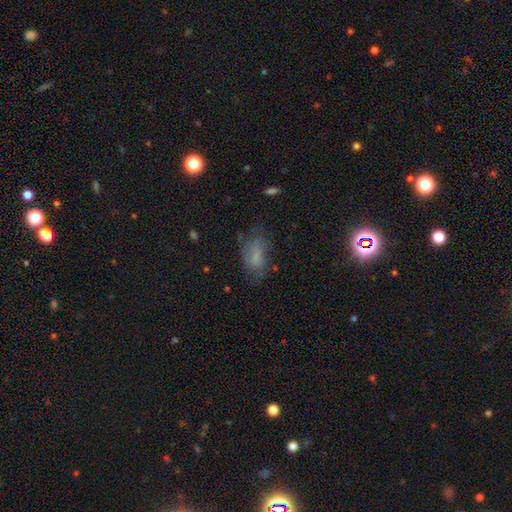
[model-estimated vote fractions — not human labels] A smooth galaxy with no disk features (58%) that is in between round and cigar-shaped (87%).

Vote fractions:
- Smooth or featured? smooth: 58% / featured or disk: 26% / star or artifact: 16%
- How rounded? in between: 87% / round: 7% / cigar-shaped: 5%
- Merging? none: 55% / minor disturbance: 25% / major disturbance: 18% / merger: 2%